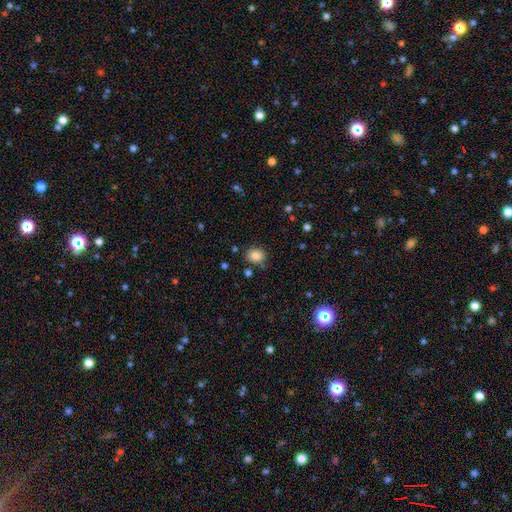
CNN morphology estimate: type=smooth (83%); roundness=round (59%); merging=none (82%).